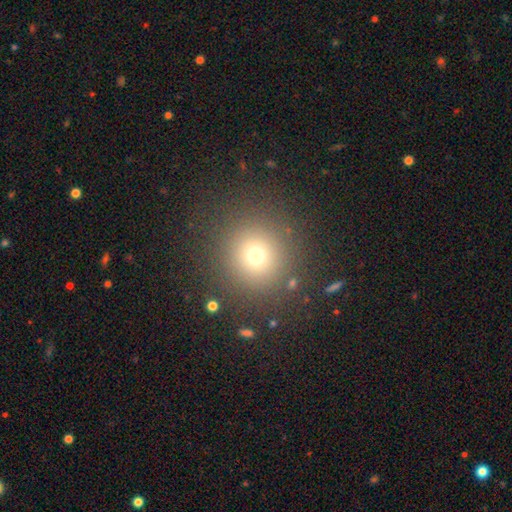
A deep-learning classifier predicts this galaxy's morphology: The model was most divided on "smooth or featured": smooth: 70%, star or artifact: 20%, featured or disk: 9%. More confident: how rounded — round (94%); merging — none (88%).